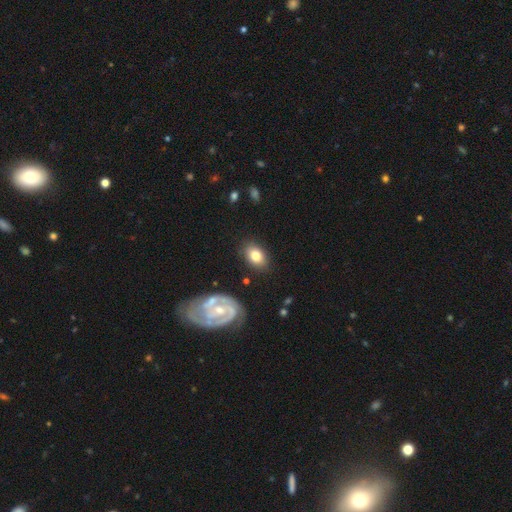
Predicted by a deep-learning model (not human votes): Smooth or featured: smooth — 75% (featured or disk — 17%)
How rounded: in between — 80% (round — 18%)
Merging: none — 83% (minor disturbance — 12%)